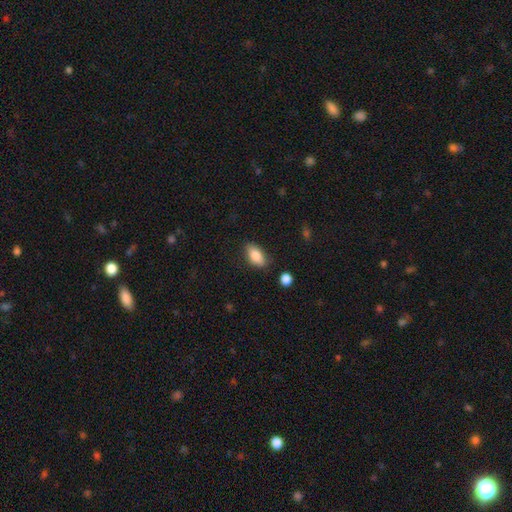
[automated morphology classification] Smooth or featured?
  - smooth: 84% *
  - featured or disk: 9%
  - star or artifact: 7%
How rounded?
  - in between: 88% *
  - cigar-shaped: 8%
  - round: 5%
Merging?
  - none: 80% *
  - minor disturbance: 15%
  - major disturbance: 3%
  - merger: 2%